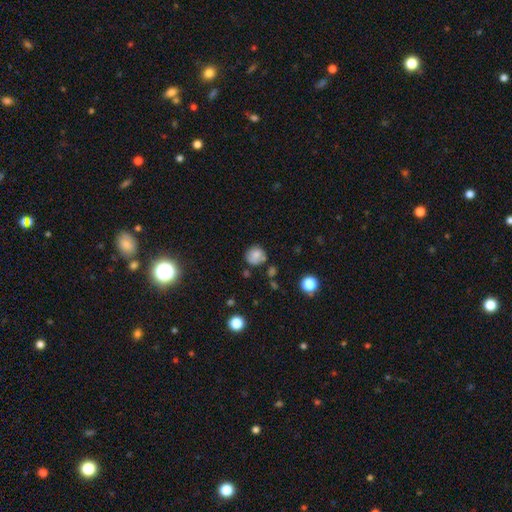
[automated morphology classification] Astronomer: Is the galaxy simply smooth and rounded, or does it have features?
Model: smooth — 75%.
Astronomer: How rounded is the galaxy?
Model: round — 84%.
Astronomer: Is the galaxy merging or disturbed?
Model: none — 65%.